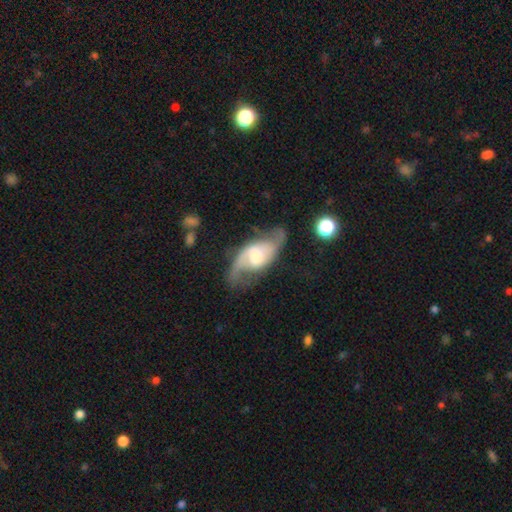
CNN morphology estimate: Q: Smooth or featured?
A: featured or disk (81%); runner-up: smooth (14%)
Q: Edge-on disk?
A: no (94%); runner-up: yes (6%)
Q: Bar?
A: weak (45%); runner-up: no (41%)
Q: Spiral arms?
A: yes (94%); runner-up: no (6%)
Q: Spiral winding?
A: loose (50%); runner-up: medium (40%)
Q: Spiral arm count?
A: 2 (88%); runner-up: can't tell (5%)
Q: Bulge size?
A: moderate (53%); runner-up: small (23%)
Q: Merging?
A: none (63%); runner-up: minor disturbance (21%)